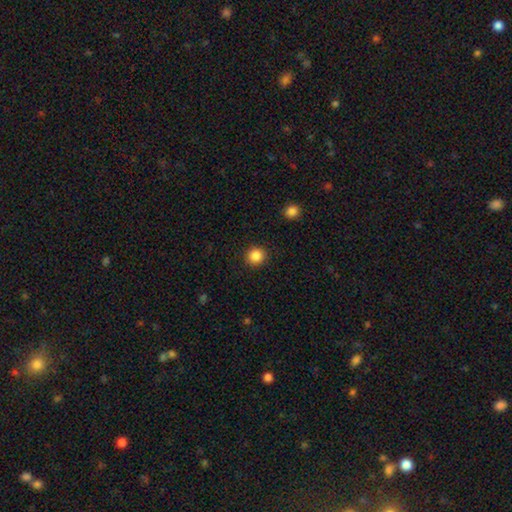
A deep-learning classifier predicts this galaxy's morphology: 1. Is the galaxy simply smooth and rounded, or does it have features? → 87% smooth, 10% star or artifact, 3% featured or disk.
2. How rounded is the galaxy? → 93% round, 6% in between, 1% cigar-shaped.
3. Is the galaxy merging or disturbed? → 91% none, 5% minor disturbance, 2% major disturbance, 1% merger.